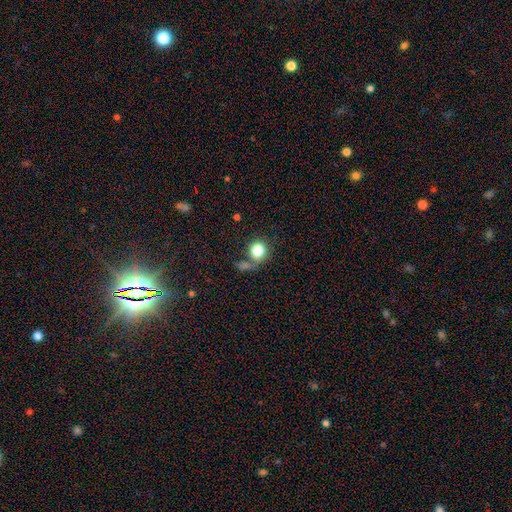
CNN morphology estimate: Smooth or featured? smooth (78%)
How rounded? round (83%)
Merging? none (59%)